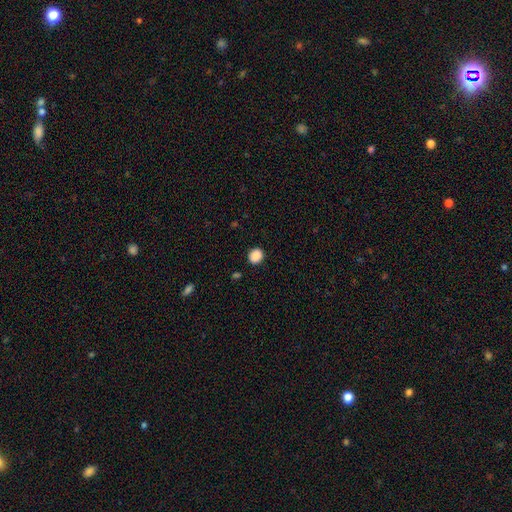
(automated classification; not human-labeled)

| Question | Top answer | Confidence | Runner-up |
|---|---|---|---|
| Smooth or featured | smooth | 89% | star or artifact (9%) |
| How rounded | round | 77% | in between (22%) |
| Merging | none | 89% | minor disturbance (8%) |